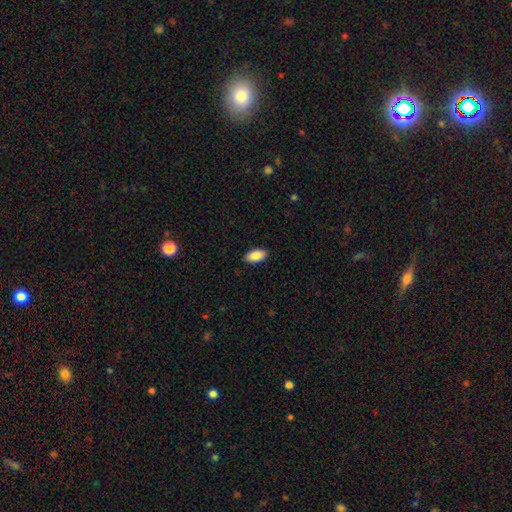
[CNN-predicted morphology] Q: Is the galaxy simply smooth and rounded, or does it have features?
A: smooth — 87%.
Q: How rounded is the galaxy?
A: in between — 95%.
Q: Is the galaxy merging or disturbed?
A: none — 88%.